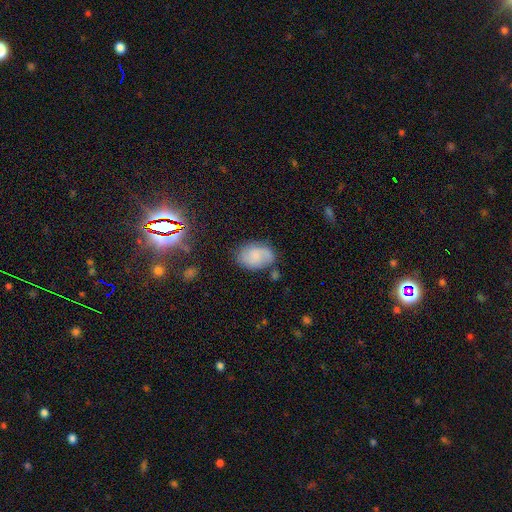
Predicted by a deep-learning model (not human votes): Q: Smooth or featured?
A: smooth (59%); runner-up: featured or disk (30%)
Q: How rounded?
A: in between (81%); runner-up: round (18%)
Q: Merging?
A: none (63%); runner-up: minor disturbance (24%)